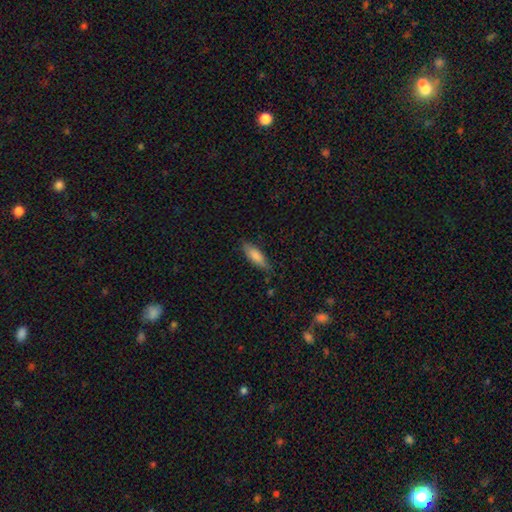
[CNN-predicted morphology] Overall: smooth (82%). How rounded: in between (58%; cigar-shaped 40%). Merging: none (78%).